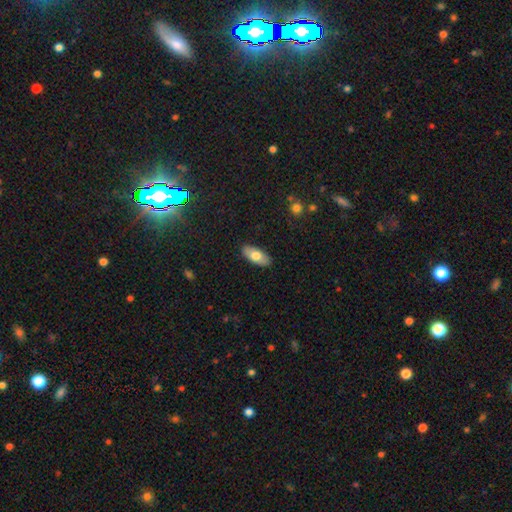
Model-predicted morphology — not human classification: smooth 72%, featured or disk 22%, star or artifact 6%. Down the decision tree: how rounded — in between (87%); merging — none (89%).